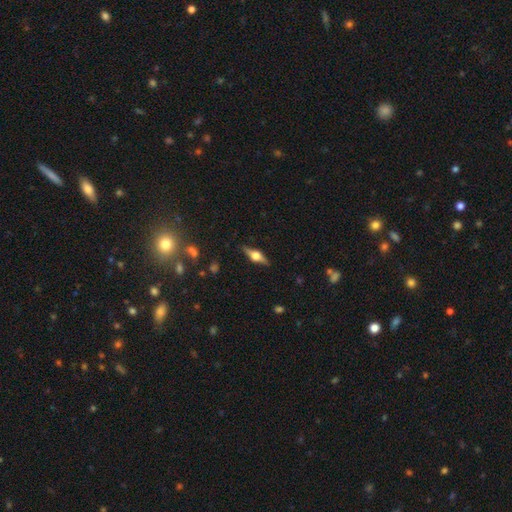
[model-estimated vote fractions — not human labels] Smooth or featured: featured or disk — 70% (smooth — 23%)
Edge-on disk: yes — 95% (no — 5%)
Edge-on bulge: rounded — 92% (boxy — 7%)
Merging: none — 86% (minor disturbance — 10%)